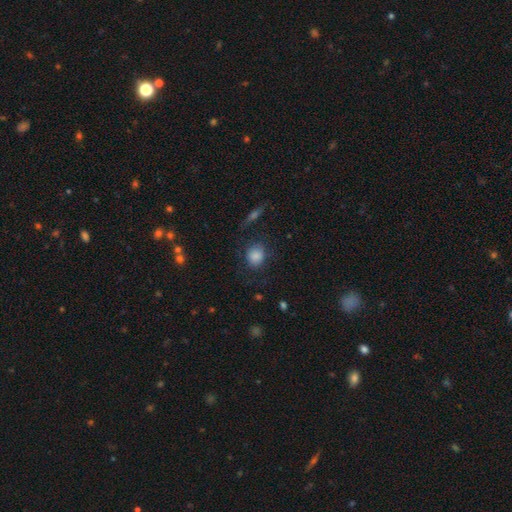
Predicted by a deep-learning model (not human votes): Smooth or featured? smooth (84%)
How rounded? round (71%)
Merging? none (74%)